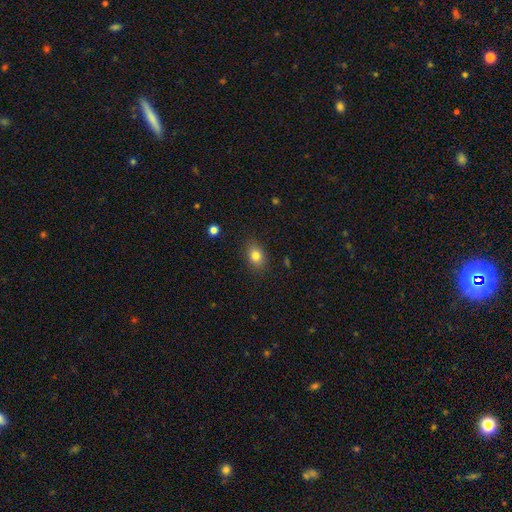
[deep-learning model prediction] Smooth or featured: smooth — 81% (star or artifact — 11%)
How rounded: in between — 72% (round — 27%)
Merging: none — 86% (minor disturbance — 10%)